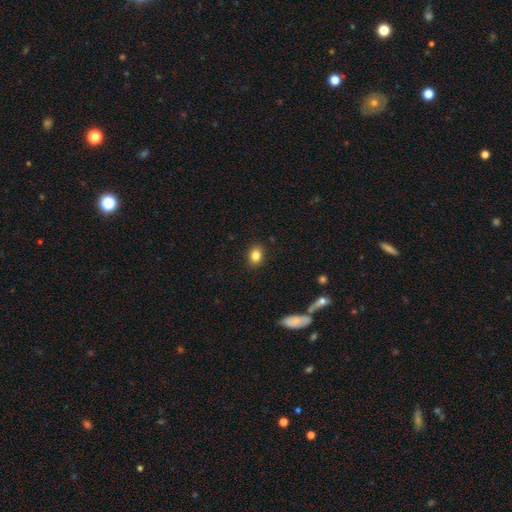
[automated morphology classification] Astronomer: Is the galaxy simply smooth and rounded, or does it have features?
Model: smooth — 83%.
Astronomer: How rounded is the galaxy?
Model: in between — 57% (runner-up: round, 41%).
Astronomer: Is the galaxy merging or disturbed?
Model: none — 88%.